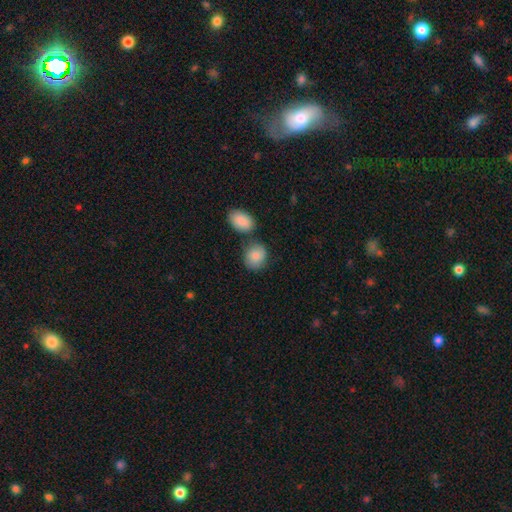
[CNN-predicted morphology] type=smooth (86%); roundness=round (56%); merging=none (63%).